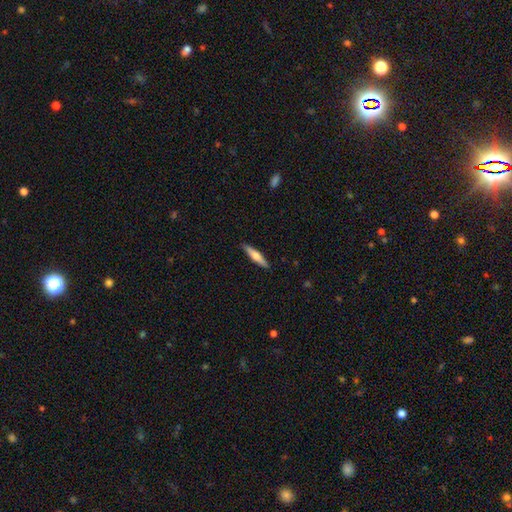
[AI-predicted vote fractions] Q: Smooth or featured?
A: smooth (52%); runner-up: featured or disk (42%)
Q: How rounded?
A: cigar-shaped (86%); runner-up: in between (13%)
Q: Merging?
A: none (90%); runner-up: minor disturbance (8%)